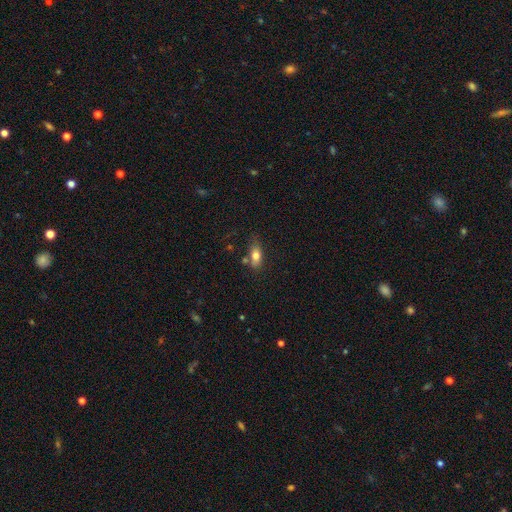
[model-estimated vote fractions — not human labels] smooth 77%, featured or disk 15%, star or artifact 9%. Down the decision tree: how rounded — in between (82%); merging — none (59%).